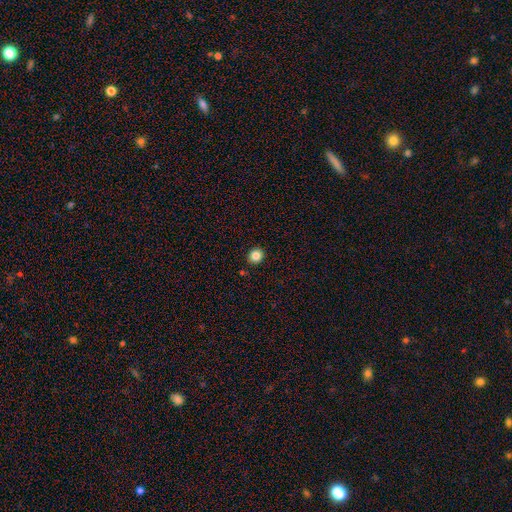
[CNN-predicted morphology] smooth 84%, star or artifact 11%, featured or disk 5%. Down the decision tree: how rounded — round (85%); merging — none (91%).